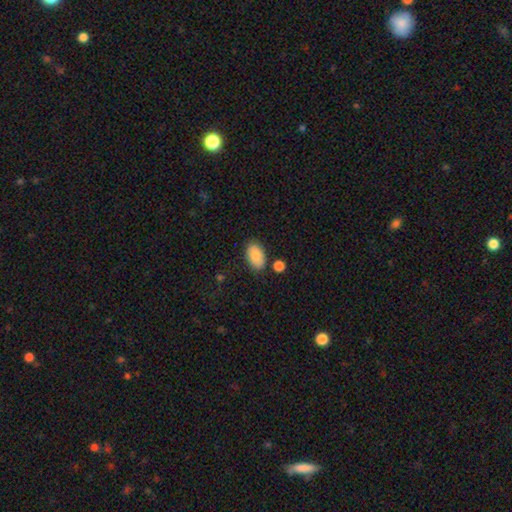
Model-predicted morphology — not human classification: A smooth galaxy with no disk features (86%) that is in between round and cigar-shaped (93%).

Vote fractions:
- Smooth or featured? smooth: 86% / featured or disk: 7% / star or artifact: 7%
- How rounded? in between: 93% / round: 6% / cigar-shaped: 1%
- Merging? none: 81% / minor disturbance: 12% / merger: 5% / major disturbance: 3%